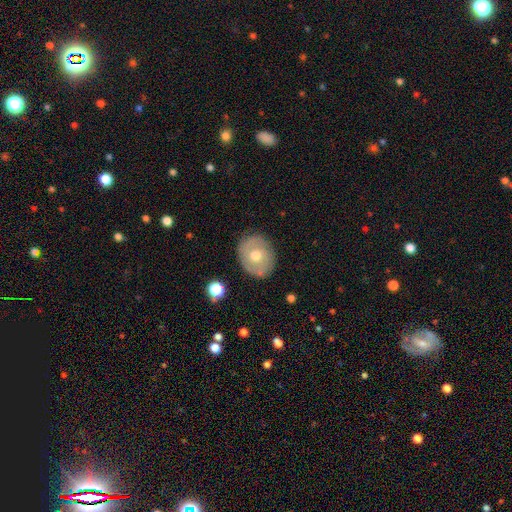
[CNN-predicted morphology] Smooth or featured? smooth (49%)
Merging? none (83%)